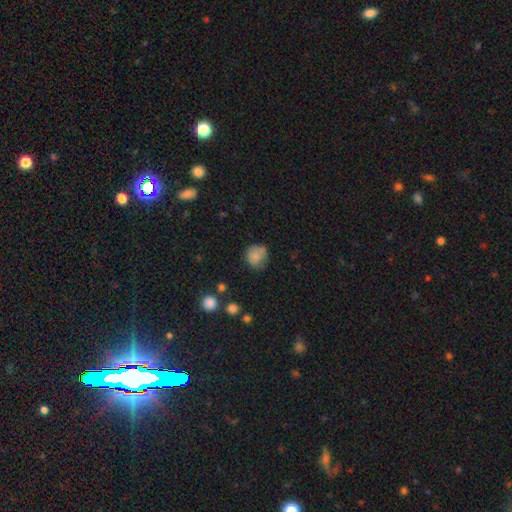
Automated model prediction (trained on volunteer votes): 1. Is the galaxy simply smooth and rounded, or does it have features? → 81% smooth, 10% star or artifact, 9% featured or disk.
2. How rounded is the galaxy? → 82% round, 17% in between, 1% cigar-shaped.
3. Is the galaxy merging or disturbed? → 60% none, 27% minor disturbance, 9% major disturbance, 4% merger.